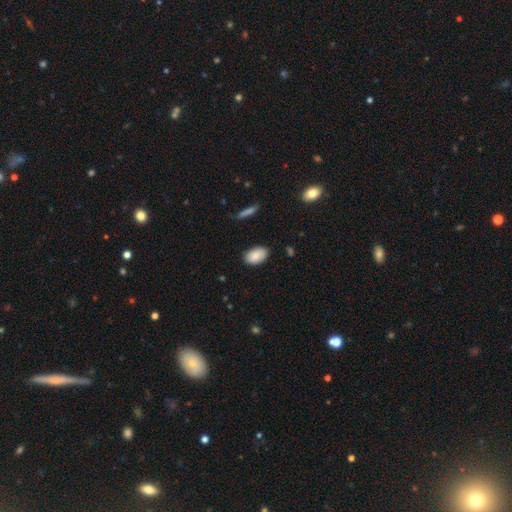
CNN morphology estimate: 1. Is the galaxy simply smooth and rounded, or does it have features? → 86% smooth, 8% featured or disk, 6% star or artifact.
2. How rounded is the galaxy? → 92% in between, 7% round, 1% cigar-shaped.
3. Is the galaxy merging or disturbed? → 84% none, 12% minor disturbance, 2% major disturbance, 1% merger.